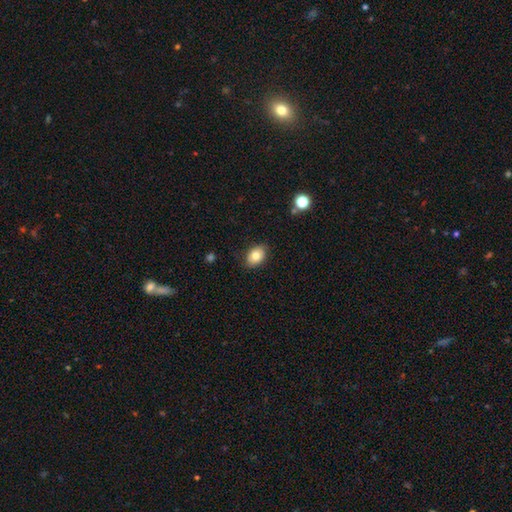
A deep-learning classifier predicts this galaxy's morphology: This appears to be a smooth galaxy with no disk features (79%) that is in between round and cigar-shaped (77%). Merging: none (84%).